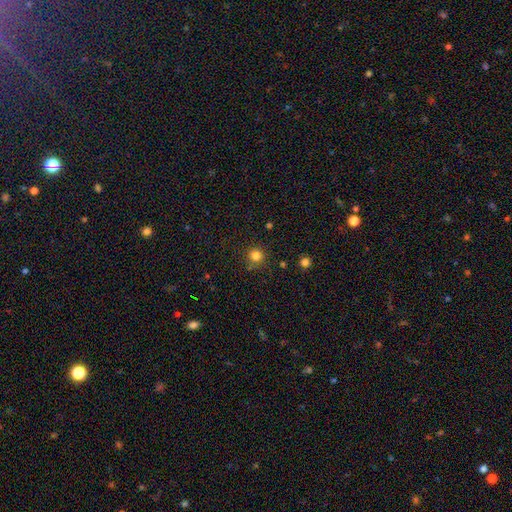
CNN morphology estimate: smooth_or_featured: smooth (p=0.81) [alt: star or artifact p=0.14]
how_rounded: round (p=0.93) [alt: in between p=0.06]
merging: none (p=0.84) [alt: minor disturbance p=0.10]